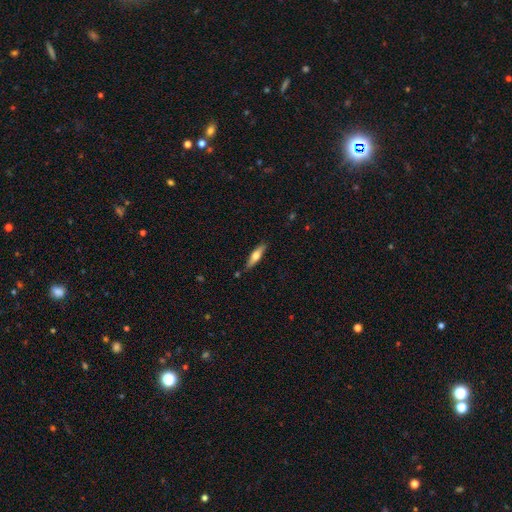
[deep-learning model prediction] Morphology: type=smooth (50%); merging=none (85%).